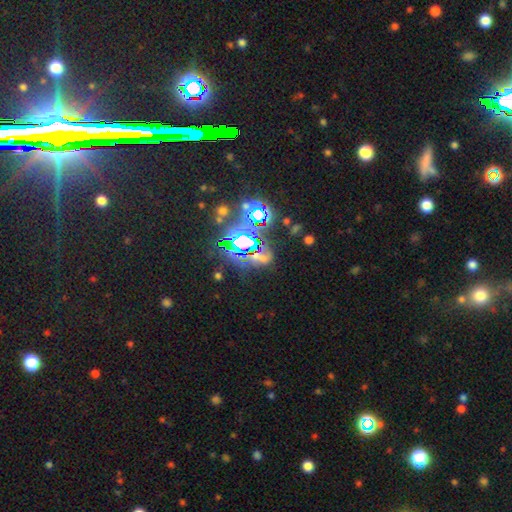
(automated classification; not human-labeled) Smooth or featured? Predicted: star or artifact (p=0.76).